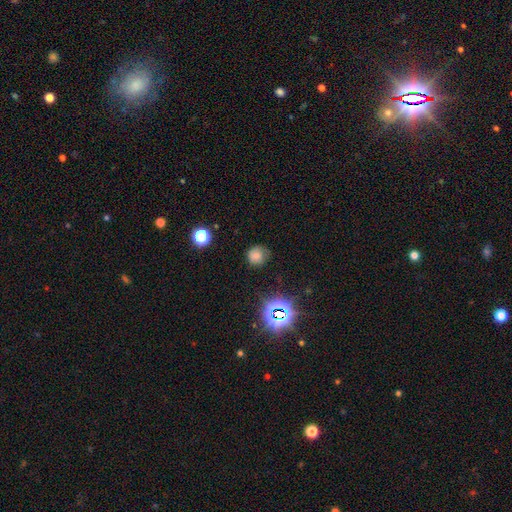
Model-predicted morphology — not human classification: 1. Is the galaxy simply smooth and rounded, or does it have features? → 70% smooth, 20% star or artifact, 10% featured or disk.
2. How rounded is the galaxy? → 87% round, 12% in between, 1% cigar-shaped.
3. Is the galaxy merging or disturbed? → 74% none, 19% minor disturbance, 5% major disturbance, 2% merger.